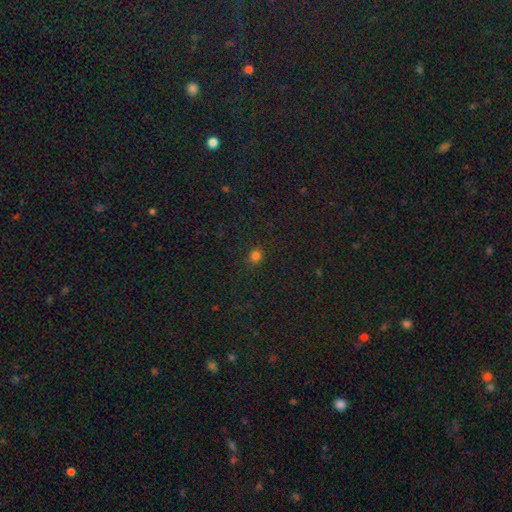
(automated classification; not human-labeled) smooth 80%, star or artifact 16%, featured or disk 4%. Down the decision tree: how rounded — round (75%); merging — none (88%).